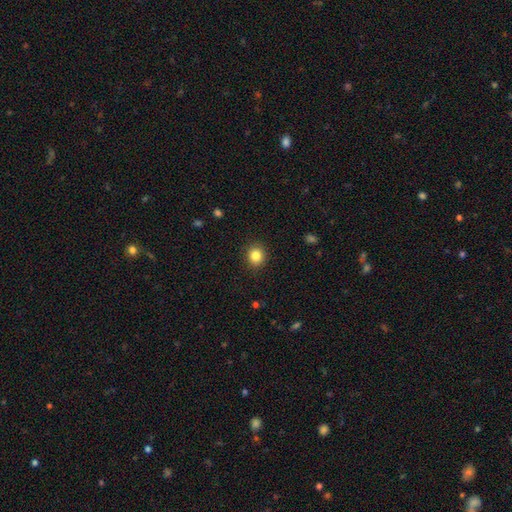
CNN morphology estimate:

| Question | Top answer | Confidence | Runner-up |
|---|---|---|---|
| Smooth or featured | smooth | 85% | star or artifact (10%) |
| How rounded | round | 80% | in between (19%) |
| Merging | none | 90% | minor disturbance (7%) |